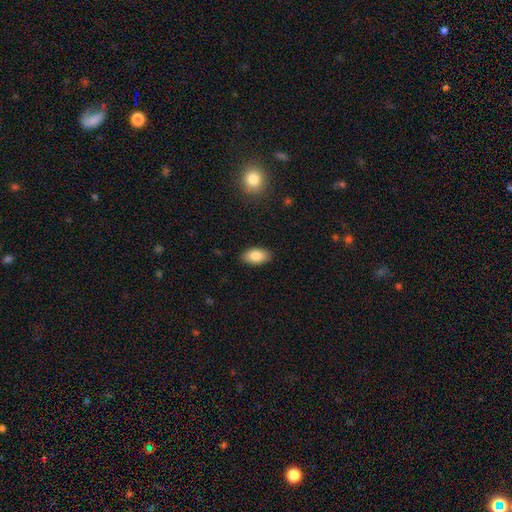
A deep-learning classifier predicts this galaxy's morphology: Q: Smooth or featured?
A: smooth (85%); runner-up: featured or disk (8%)
Q: How rounded?
A: in between (94%); runner-up: round (4%)
Q: Merging?
A: none (88%); runner-up: minor disturbance (9%)